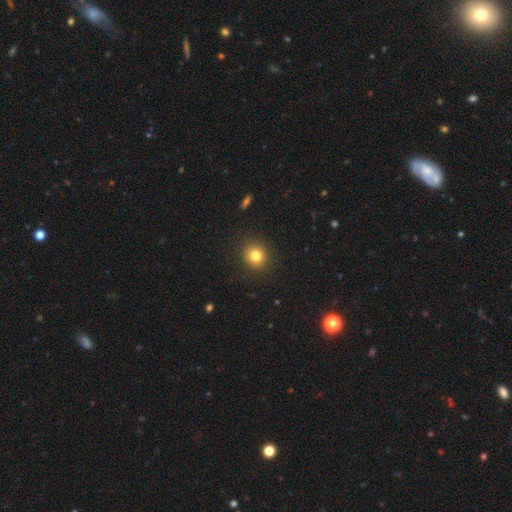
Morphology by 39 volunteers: This is clearly a smooth galaxy (87%). How rounded: clearly round (94%). Merging: clearly none (95%).